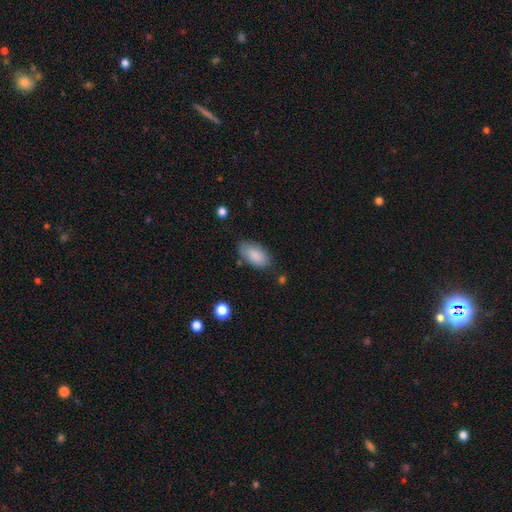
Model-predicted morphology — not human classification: A smooth galaxy with no disk features (87%) that is in between round and cigar-shaped (94%).

Vote fractions:
- Smooth or featured? smooth: 87% / featured or disk: 7% / star or artifact: 6%
- How rounded? in between: 94% / cigar-shaped: 3% / round: 3%
- Merging? none: 75% / minor disturbance: 18% / major disturbance: 4% / merger: 3%